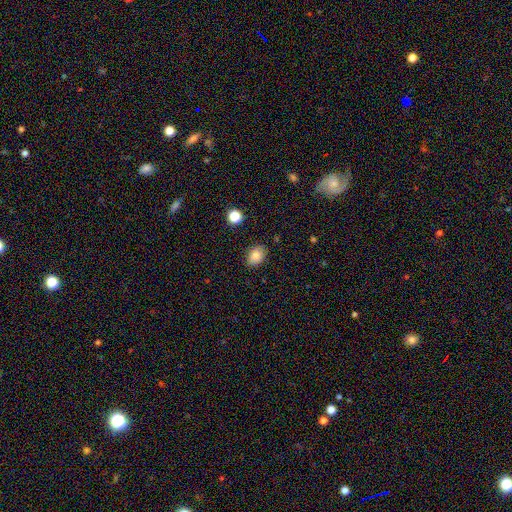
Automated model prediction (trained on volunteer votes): A smooth galaxy with no disk features (84%) that is in between round and cigar-shaped (74%).

Vote fractions:
- Smooth or featured? smooth: 84% / star or artifact: 9% / featured or disk: 6%
- How rounded? in between: 74% / round: 25% / cigar-shaped: 1%
- Merging? none: 84% / minor disturbance: 12% / major disturbance: 3% / merger: 2%